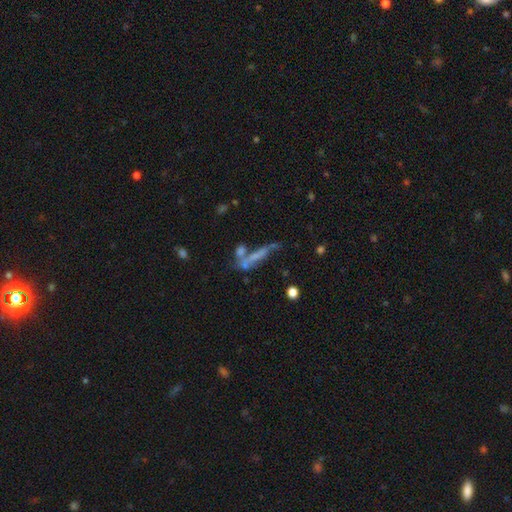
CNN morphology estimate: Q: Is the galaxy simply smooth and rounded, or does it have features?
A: featured or disk — 42%.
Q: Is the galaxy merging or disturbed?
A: none — 35%.